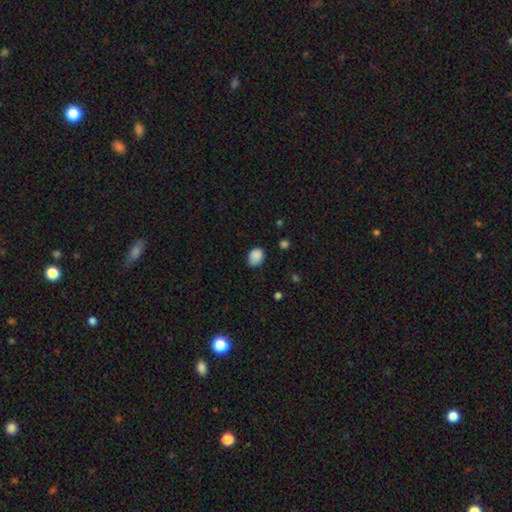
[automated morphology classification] Smooth or featured? Predicted: smooth (p=0.88). How rounded? Predicted: in between (p=0.64). Merging? Predicted: none (p=0.74).